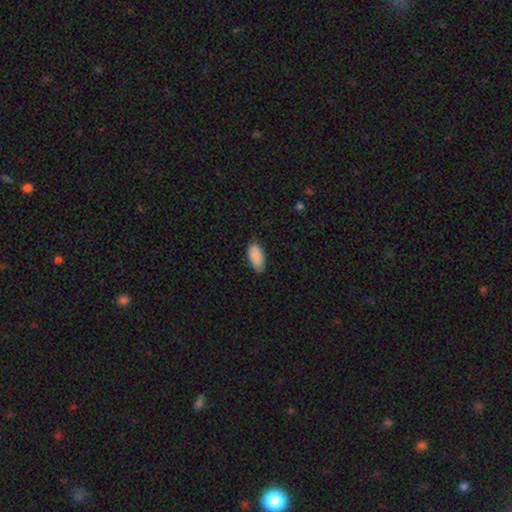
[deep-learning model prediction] smooth-or-featured: smooth: 90% | star or artifact: 6% | featured or disk: 4%
  how-rounded: in between: 92% | cigar-shaped: 7% | round: 2%
  merging: none: 80% | minor disturbance: 17% | major disturbance: 3% | merger: 1%